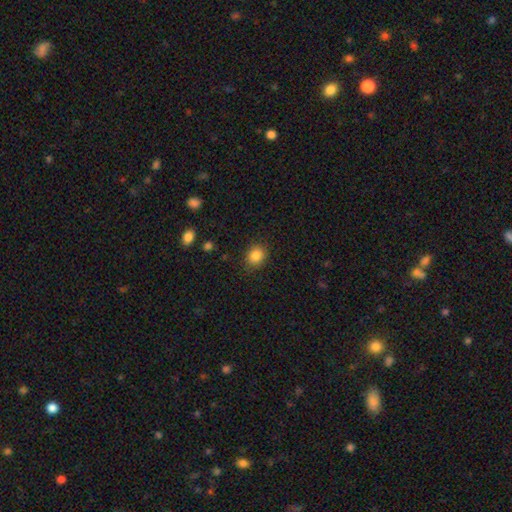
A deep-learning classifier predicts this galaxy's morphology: A smooth galaxy with no disk features (85%) that is round (69%).

Vote fractions:
- Smooth or featured? smooth: 85% / star or artifact: 10% / featured or disk: 5%
- How rounded? round: 69% / in between: 30% / cigar-shaped: 1%
- Merging? none: 86% / minor disturbance: 10% / major disturbance: 3% / merger: 1%